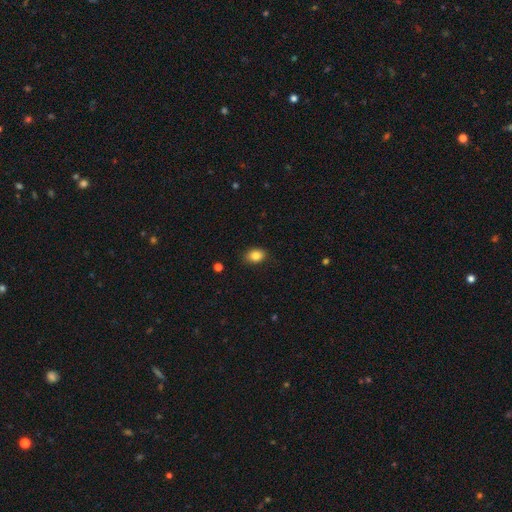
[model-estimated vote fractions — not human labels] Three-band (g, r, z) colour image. It shows a smooth galaxy with no disk features (84%) that is in between round and cigar-shaped (69%). Merging: none (86%).